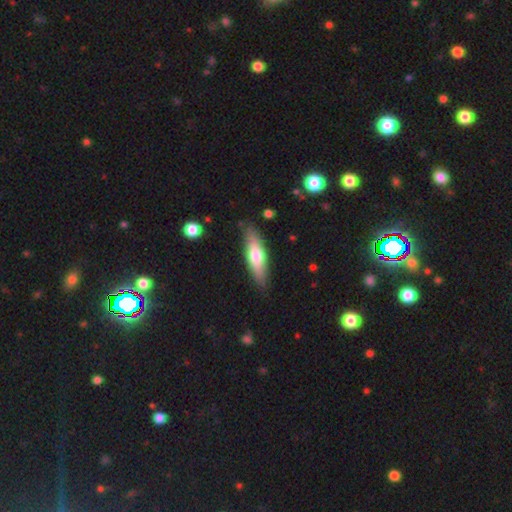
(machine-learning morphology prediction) Smooth or featured? Predicted: smooth (p=0.60). How rounded? Predicted: cigar-shaped (p=0.62). Merging? Predicted: none (p=0.84).